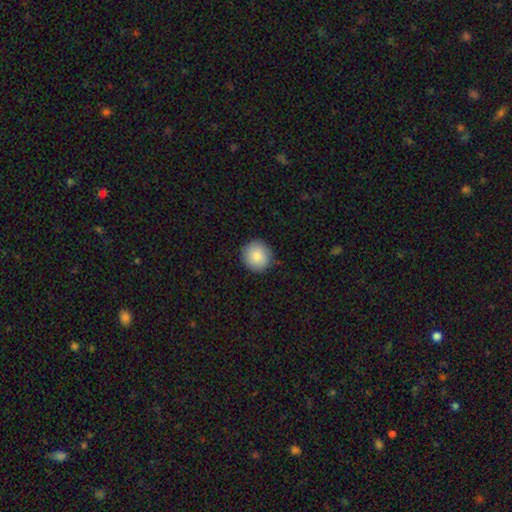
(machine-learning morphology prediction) type=smooth (85%); roundness=round (93%); merging=none (88%).